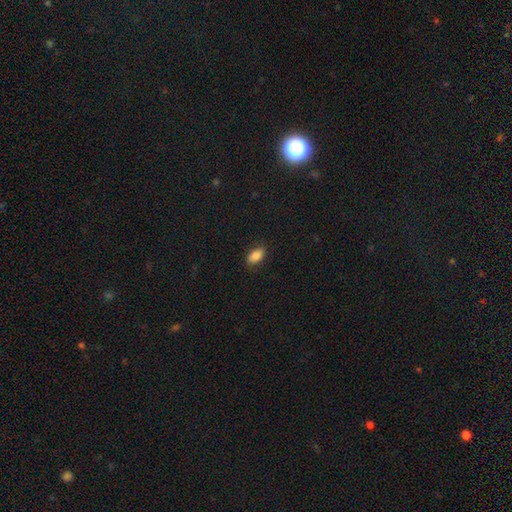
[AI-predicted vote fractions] smooth 86%, star or artifact 8%, featured or disk 6%. Down the decision tree: how rounded — in between (91%); merging — none (82%).